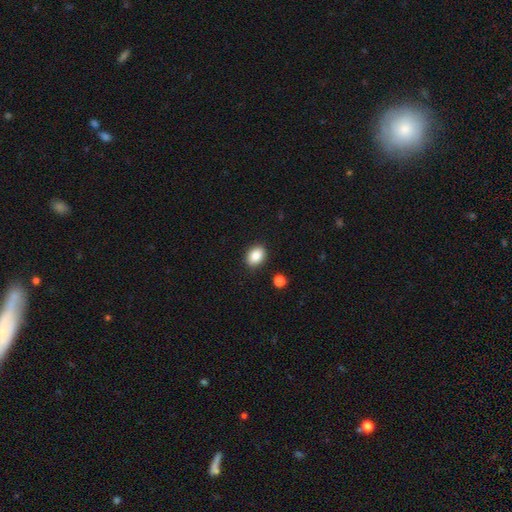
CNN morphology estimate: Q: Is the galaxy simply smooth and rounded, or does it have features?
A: smooth — 87%.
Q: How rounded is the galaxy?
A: in between — 70%.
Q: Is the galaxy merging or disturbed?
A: none — 87%.